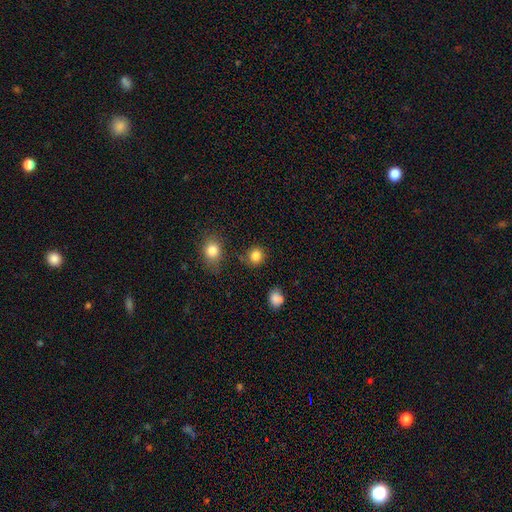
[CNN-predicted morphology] Smooth or featured? smooth (84%)
How rounded? round (86%)
Merging? none (84%)